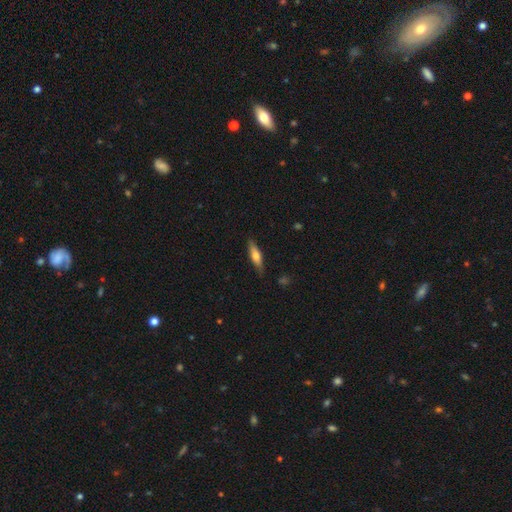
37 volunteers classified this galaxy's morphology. This appears to be a smooth galaxy with no disk features (51%) that is cigar-shaped (84%). Merging: none (88%).